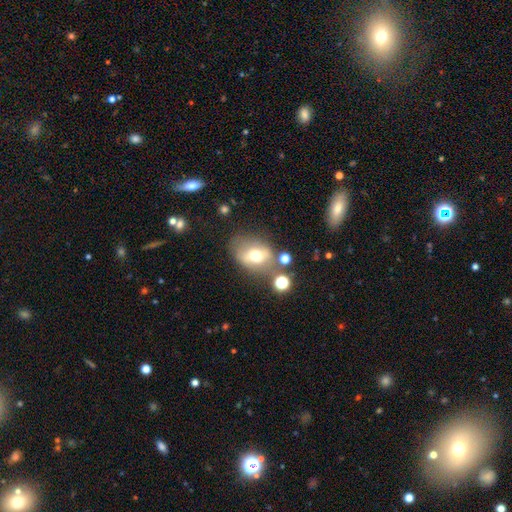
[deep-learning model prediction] Overall: smooth (52%; featured or disk 37%). How rounded: in between (69%; round 29%). Merging: none (56%; minor disturbance 21%).